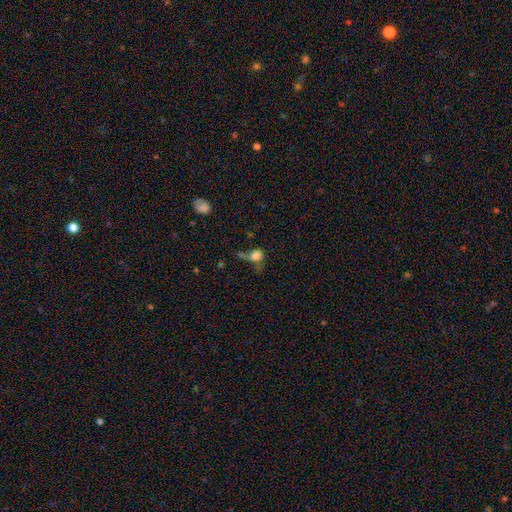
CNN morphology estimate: Q: Smooth or featured?
A: smooth (72%); runner-up: star or artifact (14%)
Q: How rounded?
A: round (62%); runner-up: in between (35%)
Q: Merging?
A: major disturbance (31%); runner-up: none (28%)